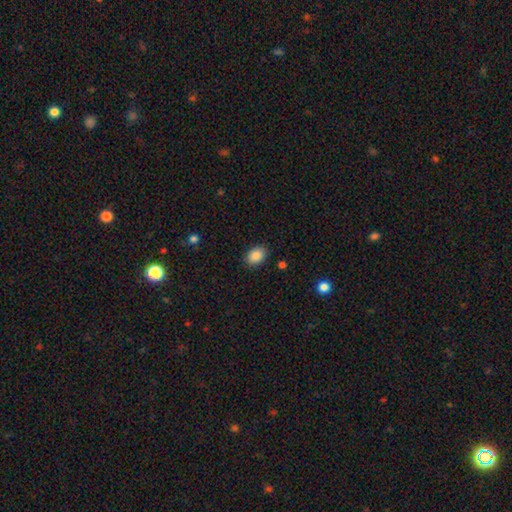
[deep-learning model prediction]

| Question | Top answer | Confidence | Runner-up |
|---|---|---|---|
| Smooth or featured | smooth | 87% | star or artifact (8%) |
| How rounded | in between | 65% | round (34%) |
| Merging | none | 87% | minor disturbance (9%) |